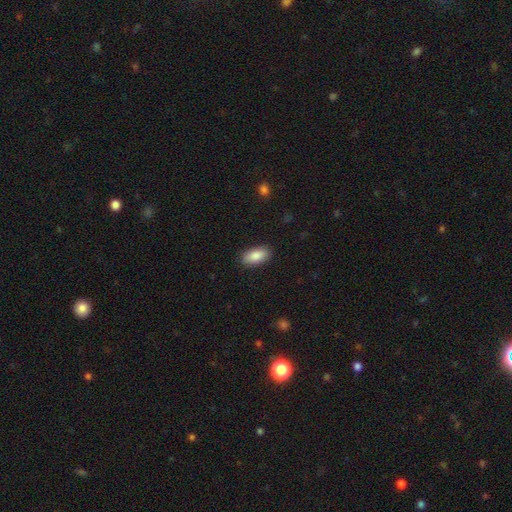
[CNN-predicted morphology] This appears to be a smooth galaxy with no disk features (88%) that is in between round and cigar-shaped (91%). Merging: none (89%).